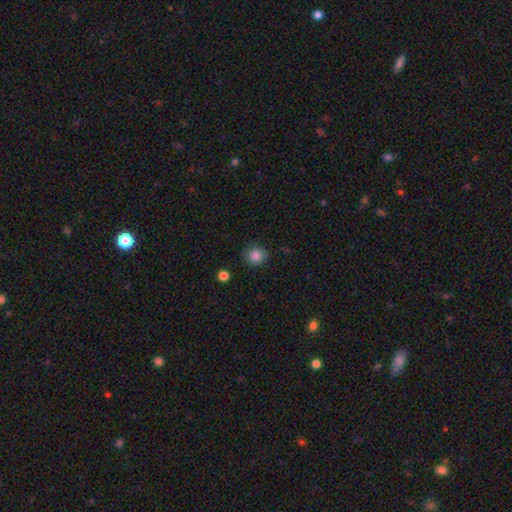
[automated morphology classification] Smooth or featured?
  - smooth: 85% *
  - star or artifact: 10%
  - featured or disk: 5%
How rounded?
  - round: 88% *
  - in between: 11%
  - cigar-shaped: 1%
Merging?
  - none: 85% *
  - minor disturbance: 11%
  - major disturbance: 2%
  - merger: 2%